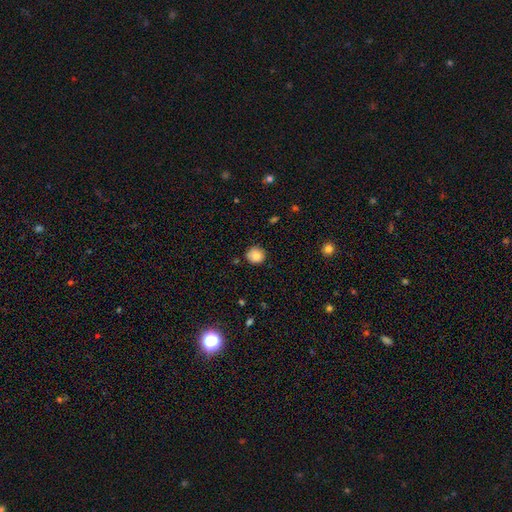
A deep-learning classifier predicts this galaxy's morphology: Q: Smooth or featured?
A: smooth (84%); runner-up: star or artifact (9%)
Q: How rounded?
A: round (86%); runner-up: in between (13%)
Q: Merging?
A: none (82%); runner-up: minor disturbance (14%)